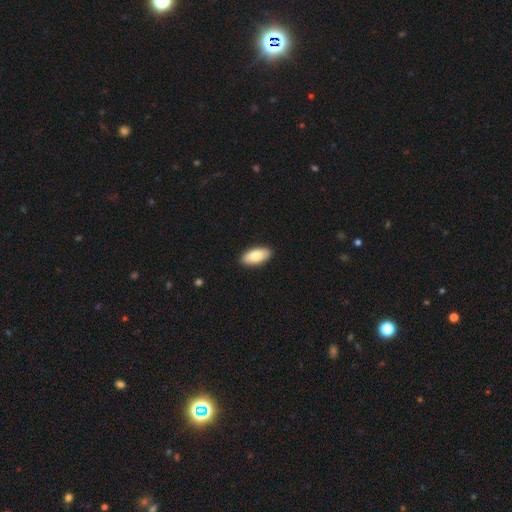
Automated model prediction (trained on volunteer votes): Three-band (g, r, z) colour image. It shows a smooth galaxy with no disk features (82%) that is in between round and cigar-shaped (91%). Merging: none (90%).